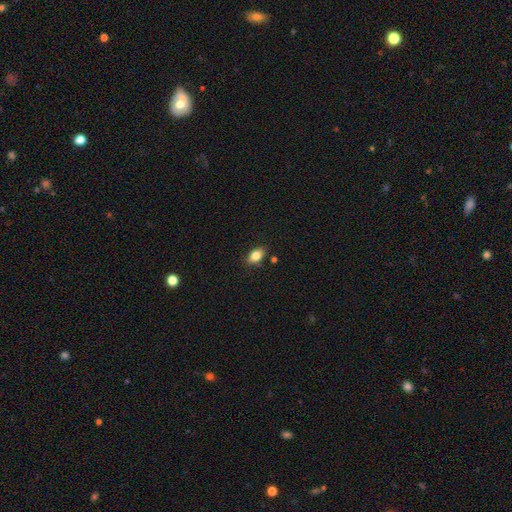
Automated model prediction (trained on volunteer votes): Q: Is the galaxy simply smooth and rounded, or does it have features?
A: smooth — 81%.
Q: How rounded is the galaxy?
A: in between — 88%.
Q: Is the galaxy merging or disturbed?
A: none — 84%.